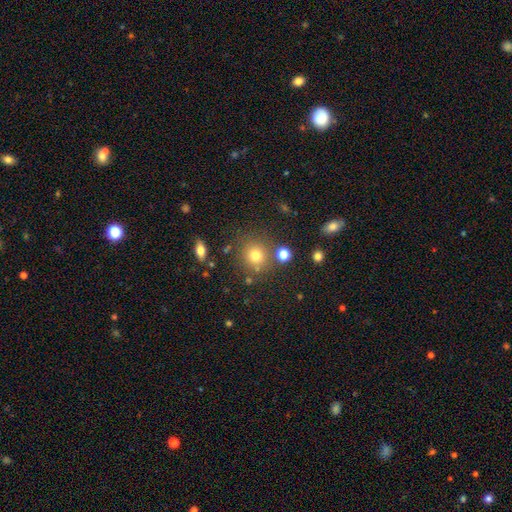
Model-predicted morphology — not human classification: Smooth or featured?
  - smooth: 74% *
  - star or artifact: 17%
  - featured or disk: 9%
How rounded?
  - round: 89% *
  - in between: 10%
  - cigar-shaped: 1%
Merging?
  - none: 78% *
  - minor disturbance: 10%
  - merger: 8%
  - major disturbance: 4%